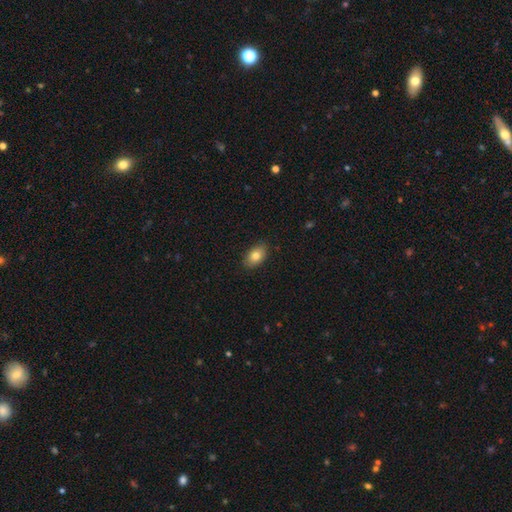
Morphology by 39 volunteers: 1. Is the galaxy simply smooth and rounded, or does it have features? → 77% smooth, 15% featured or disk, 8% star or artifact.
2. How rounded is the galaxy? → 83% in between, 17% round, 0% cigar-shaped.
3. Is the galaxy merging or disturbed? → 92% none, 3% minor disturbance, 3% major disturbance, 3% merger.